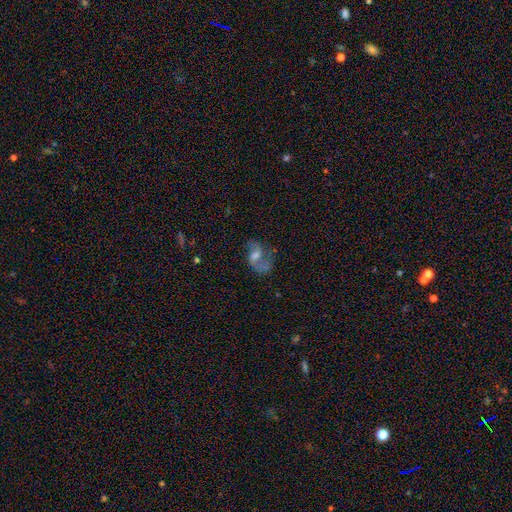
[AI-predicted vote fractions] The model was most divided on "bar": weak: 47%, no: 41%, strong: 12%. Remaining: edge-on disk — no (97%); spiral arms — yes (90%); spiral arm count — 2 (80%); smooth or featured — featured or disk (75%); merging — none (56%); spiral winding — loose (55%); bulge size — moderate (47%).